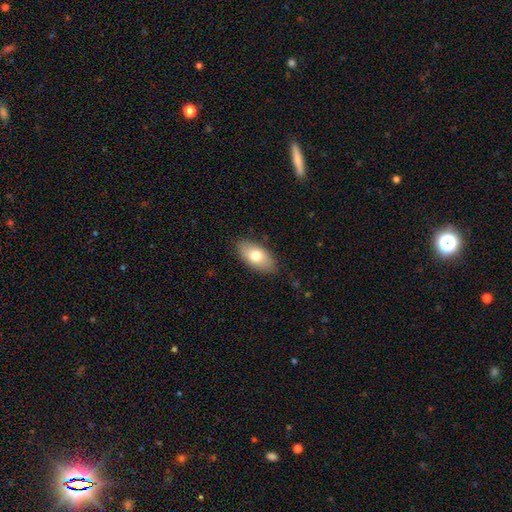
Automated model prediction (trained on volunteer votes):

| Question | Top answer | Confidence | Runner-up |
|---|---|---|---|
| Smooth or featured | smooth | 74% | featured or disk (20%) |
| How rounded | in between | 92% | cigar-shaped (5%) |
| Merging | none | 84% | minor disturbance (12%) |